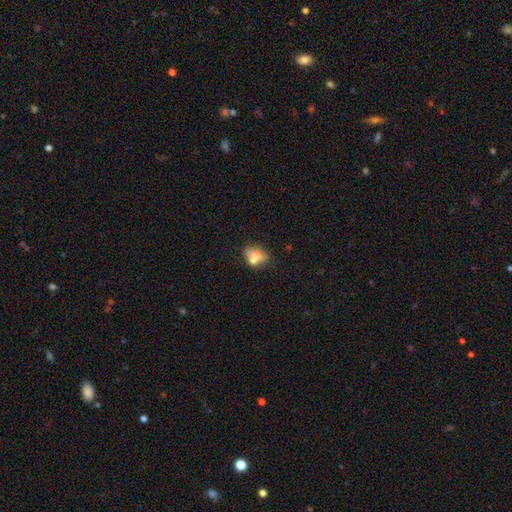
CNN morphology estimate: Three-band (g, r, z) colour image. It shows a smooth galaxy with no disk features (62%) that is in between round and cigar-shaped (64%). Merging: none (51%).